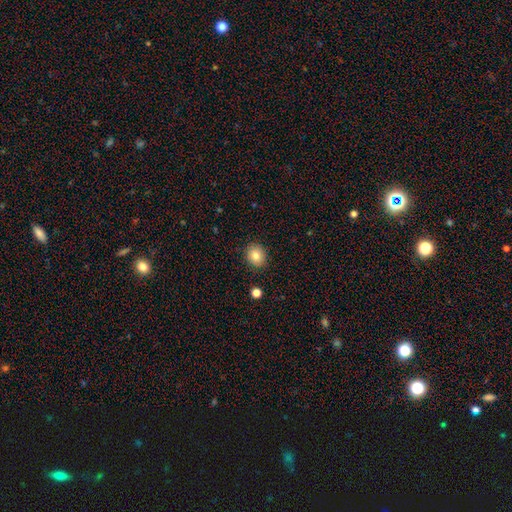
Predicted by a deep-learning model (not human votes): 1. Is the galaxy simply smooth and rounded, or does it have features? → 82% smooth, 10% star or artifact, 8% featured or disk.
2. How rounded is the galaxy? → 71% round, 28% in between, 1% cigar-shaped.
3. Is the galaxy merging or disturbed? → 89% none, 8% minor disturbance, 2% major disturbance, 1% merger.